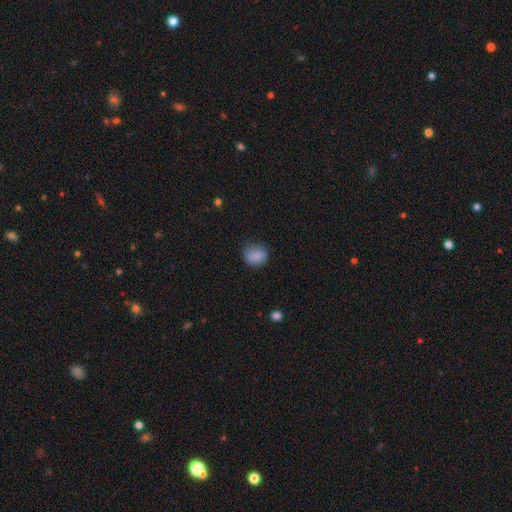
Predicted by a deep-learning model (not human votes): smooth 84%, star or artifact 9%, featured or disk 7%. Down the decision tree: how rounded — round (59%); merging — none (68%).